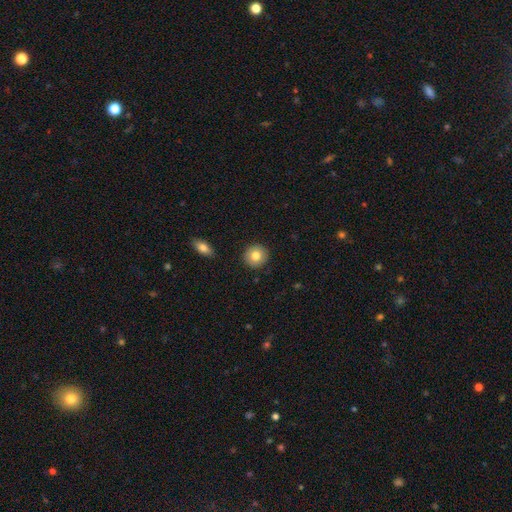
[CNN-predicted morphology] Q: Smooth or featured?
A: smooth (81%); runner-up: featured or disk (11%)
Q: How rounded?
A: round (93%); runner-up: in between (6%)
Q: Merging?
A: none (91%); runner-up: minor disturbance (6%)